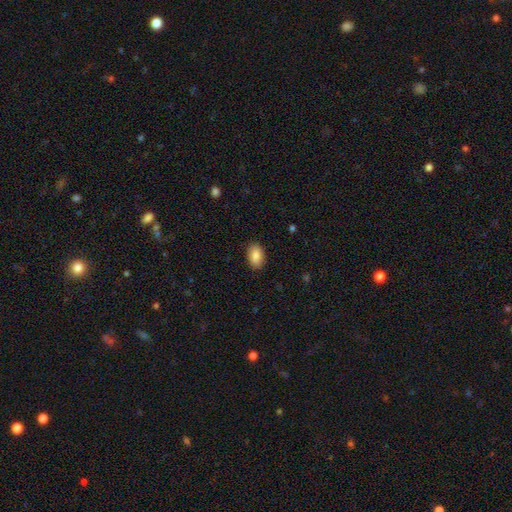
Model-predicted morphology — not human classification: smooth 88%, star or artifact 7%, featured or disk 5%. Down the decision tree: how rounded — in between (90%); merging — none (88%).